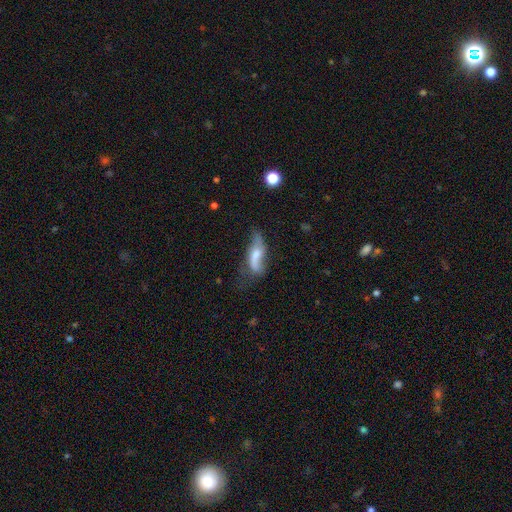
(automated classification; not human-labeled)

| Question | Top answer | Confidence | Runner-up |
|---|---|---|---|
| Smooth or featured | featured or disk | 48% | smooth (43%) |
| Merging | none | 35% | major disturbance (30%) |